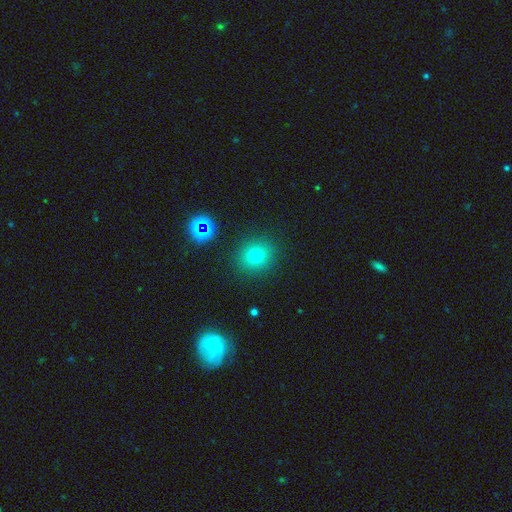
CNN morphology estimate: Q: Smooth or featured?
A: smooth (74%); runner-up: star or artifact (18%)
Q: How rounded?
A: round (81%); runner-up: in between (18%)
Q: Merging?
A: none (88%); runner-up: minor disturbance (7%)